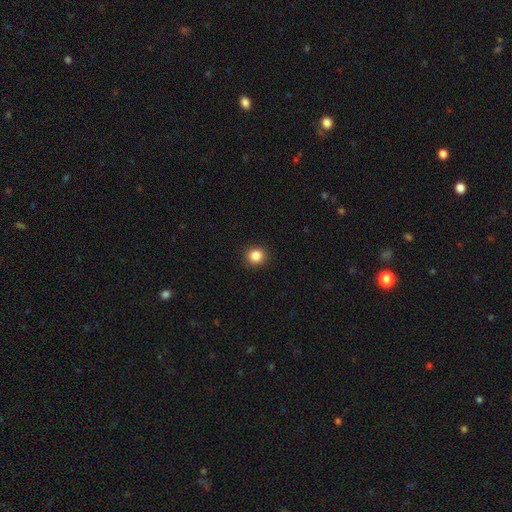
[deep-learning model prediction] This appears to be a smooth galaxy with no disk features (86%) that is round (89%). Merging: none (92%).